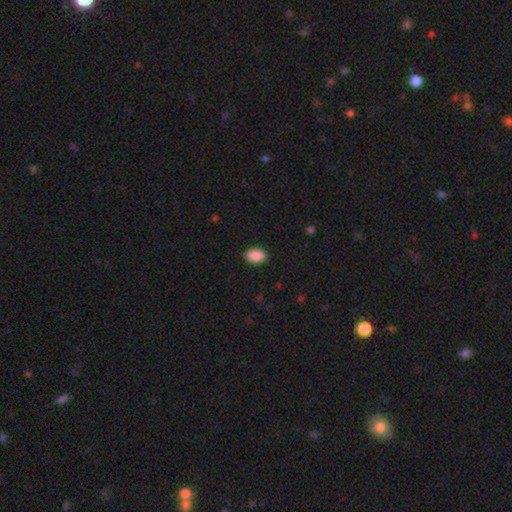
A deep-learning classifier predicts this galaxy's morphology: Smooth or featured? Predicted: smooth (p=0.90). How rounded? Predicted: in between (p=0.90). Merging? Predicted: none (p=0.90).